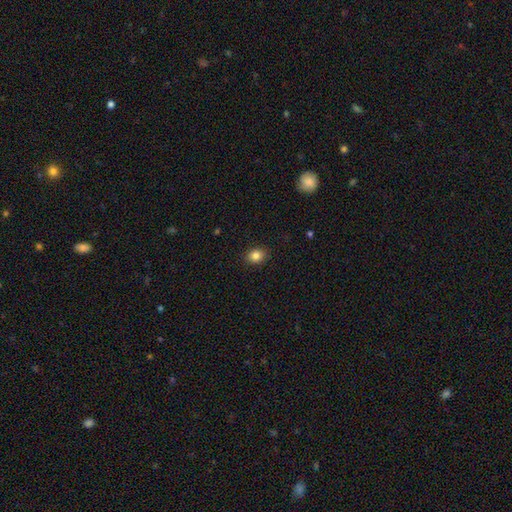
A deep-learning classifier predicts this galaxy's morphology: smooth-or-featured: smooth: 84% | star or artifact: 10% | featured or disk: 6%
  how-rounded: round: 50% | in between: 49% | cigar-shaped: 1%
  merging: none: 89% | minor disturbance: 8% | major disturbance: 2% | merger: 1%